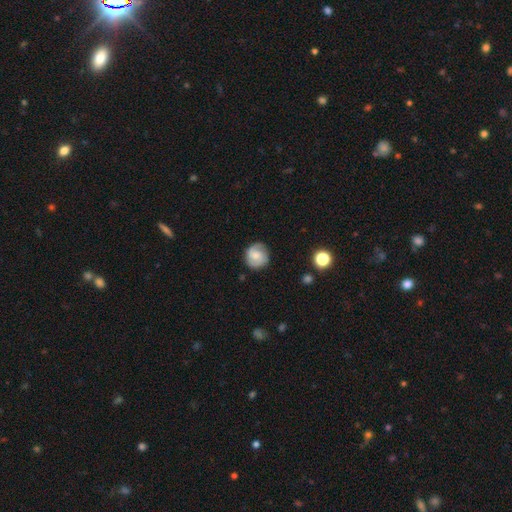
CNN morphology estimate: Smooth or featured? featured or disk (49%)
Merging? none (80%)